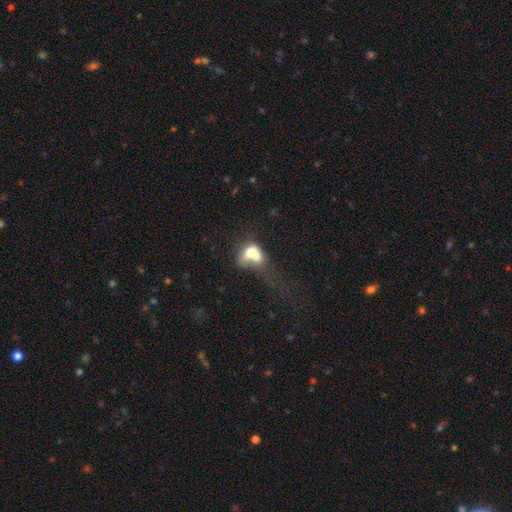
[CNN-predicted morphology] Q: Smooth or featured?
A: smooth (63%); runner-up: featured or disk (27%)
Q: How rounded?
A: in between (62%); runner-up: round (36%)
Q: Merging?
A: merger (71%); runner-up: none (12%)